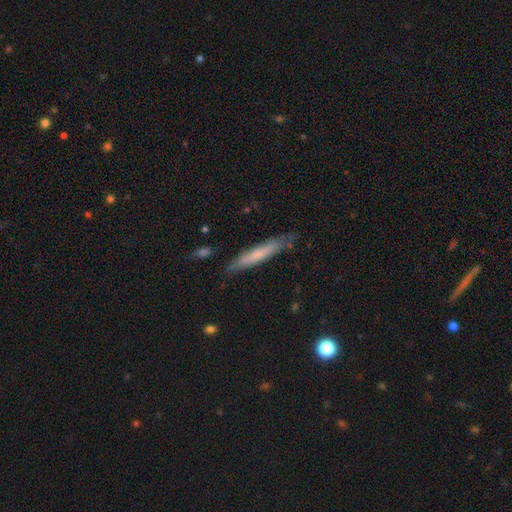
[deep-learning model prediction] smooth-or-featured: smooth: 58% | featured or disk: 35% | star or artifact: 6%
  how-rounded: cigar-shaped: 93% | in between: 6% | round: 1%
  merging: none: 80% | minor disturbance: 16% | major disturbance: 3% | merger: 2%